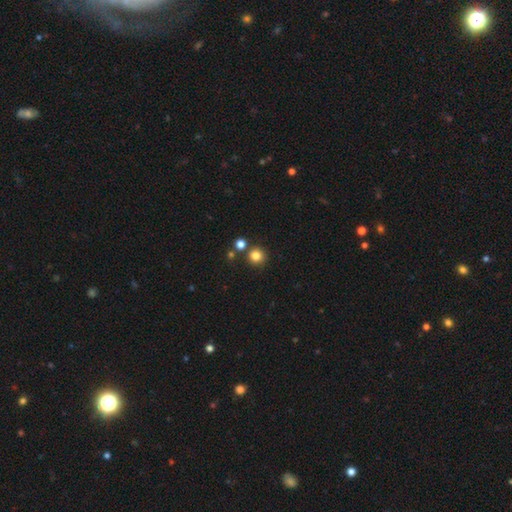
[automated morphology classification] A smooth galaxy with no disk features (82%) that is round (93%).

Vote fractions:
- Smooth or featured? smooth: 82% / star or artifact: 13% / featured or disk: 5%
- How rounded? round: 93% / in between: 6% / cigar-shaped: 1%
- Merging? none: 82% / merger: 9% / minor disturbance: 7% / major disturbance: 2%